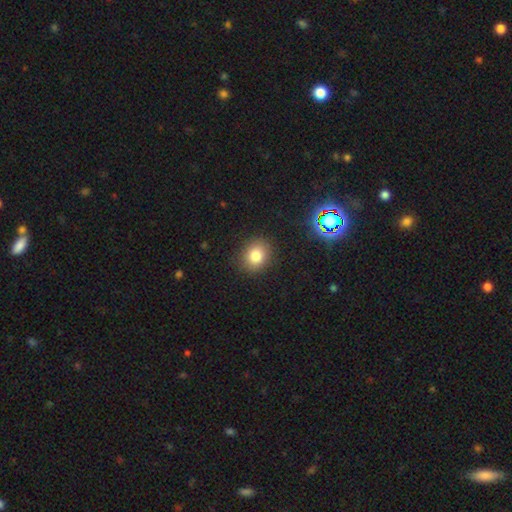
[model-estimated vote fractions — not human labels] A smooth galaxy with no disk features (80%) that is round (66%). Merging: none (88%).